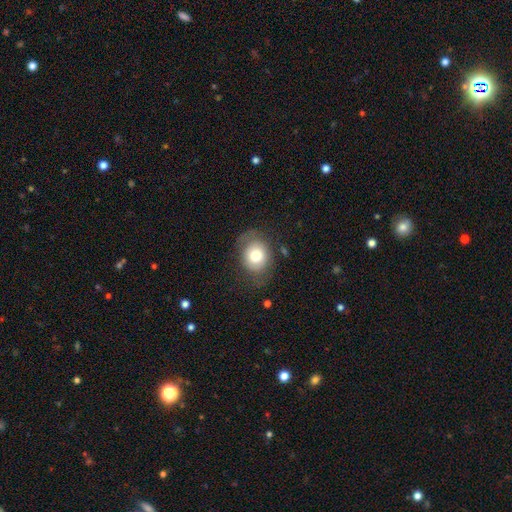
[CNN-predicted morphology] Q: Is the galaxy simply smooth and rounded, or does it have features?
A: smooth — 72%.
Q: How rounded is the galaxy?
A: round — 61%.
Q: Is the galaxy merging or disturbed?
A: none — 69%.